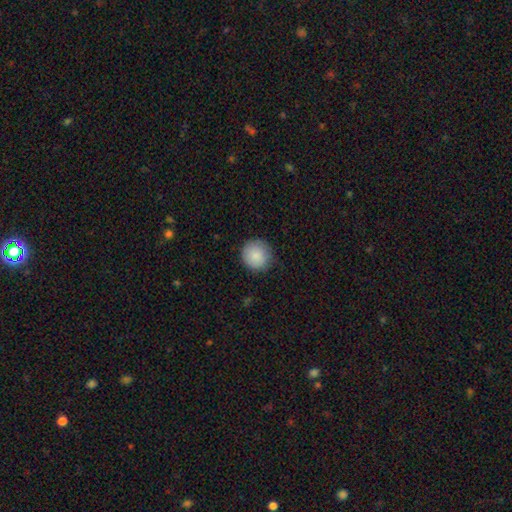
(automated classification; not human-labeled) Overall: smooth (88%). How rounded: round (93%). Merging: none (83%).